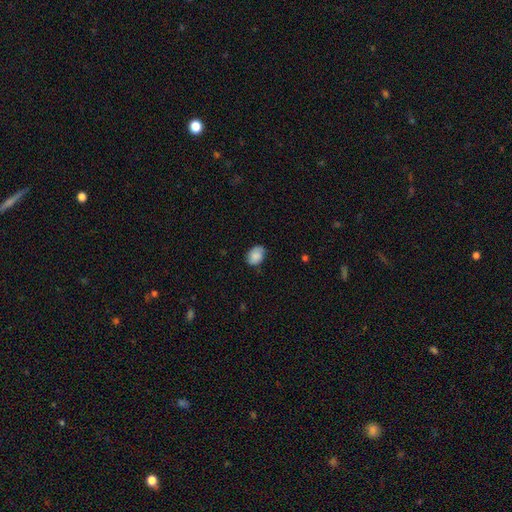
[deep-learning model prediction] smooth_or_featured: smooth (p=0.80) [alt: featured or disk p=0.12]
how_rounded: in between (p=0.77) [alt: round p=0.22]
merging: none (p=0.68) [alt: minor disturbance p=0.26]